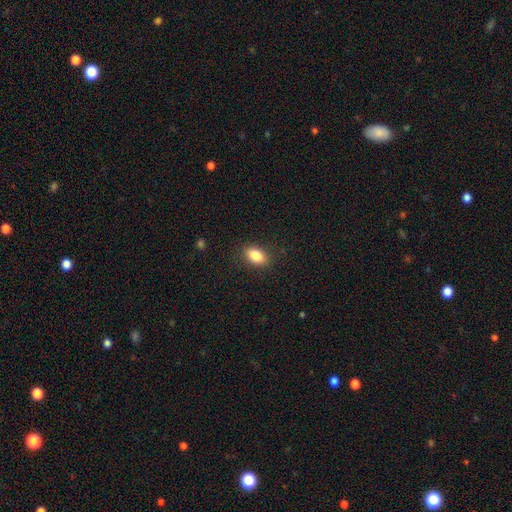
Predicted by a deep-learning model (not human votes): smooth 85%, star or artifact 8%, featured or disk 7%. Down the decision tree: how rounded — in between (88%); merging — none (87%).